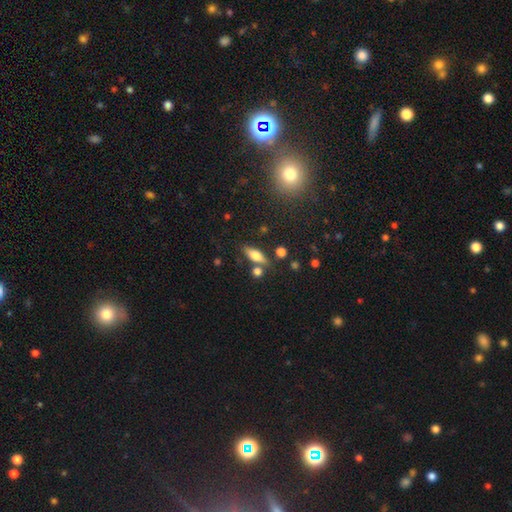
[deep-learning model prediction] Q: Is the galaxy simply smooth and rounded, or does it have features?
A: smooth — 61%.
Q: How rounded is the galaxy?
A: in between — 61%.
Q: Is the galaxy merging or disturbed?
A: none — 73%.